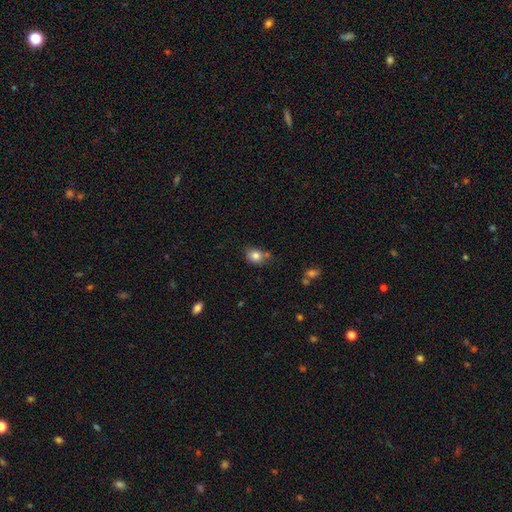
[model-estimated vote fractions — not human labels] Q: Smooth or featured?
A: smooth (82%); runner-up: star or artifact (10%)
Q: How rounded?
A: round (50%); runner-up: in between (48%)
Q: Merging?
A: none (59%); runner-up: minor disturbance (23%)